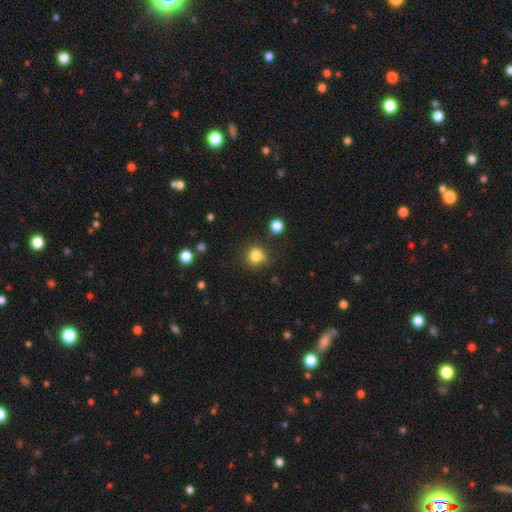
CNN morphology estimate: Smooth or featured? smooth (81%)
How rounded? round (83%)
Merging? none (74%)